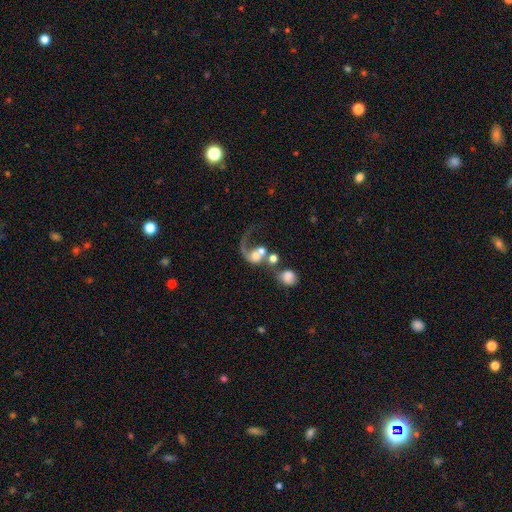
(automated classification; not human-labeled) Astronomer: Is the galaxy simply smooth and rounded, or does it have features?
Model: featured or disk — 56% (runner-up: smooth, 33%).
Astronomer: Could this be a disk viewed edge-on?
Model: no — 97%.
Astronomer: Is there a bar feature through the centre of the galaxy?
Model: no — 76%.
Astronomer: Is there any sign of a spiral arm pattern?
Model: yes — 71%.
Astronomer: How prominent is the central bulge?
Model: moderate — 39% (runner-up: large, 20%).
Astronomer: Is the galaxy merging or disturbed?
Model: merger — 48% (runner-up: major disturbance, 29%).